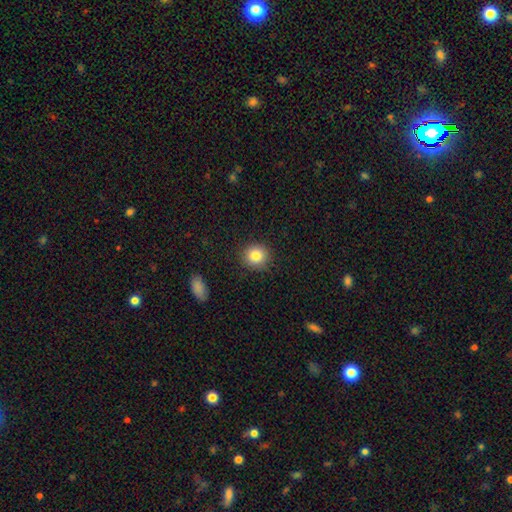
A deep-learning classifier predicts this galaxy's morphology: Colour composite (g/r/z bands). It shows a smooth galaxy with no disk features (84%) that is round (88%). Merging: none (89%).